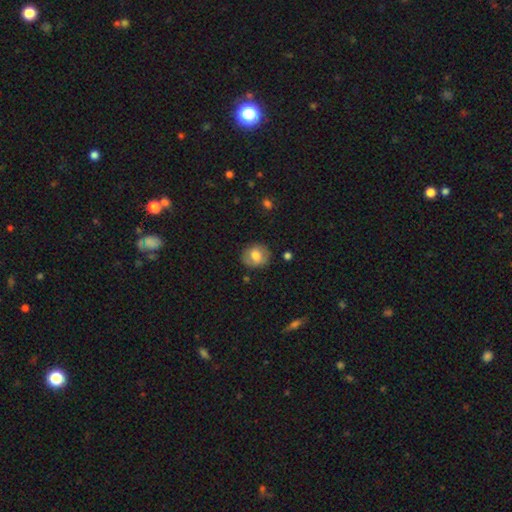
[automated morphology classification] This is likely a smooth galaxy (69%). How rounded: likely round (73%). Merging: clearly none (81%).